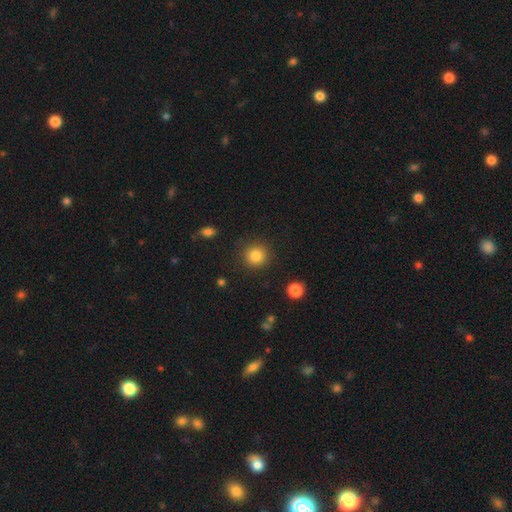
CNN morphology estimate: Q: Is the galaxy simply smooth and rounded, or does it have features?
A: smooth — 85%.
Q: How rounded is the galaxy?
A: round — 93%.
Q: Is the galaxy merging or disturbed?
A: none — 89%.